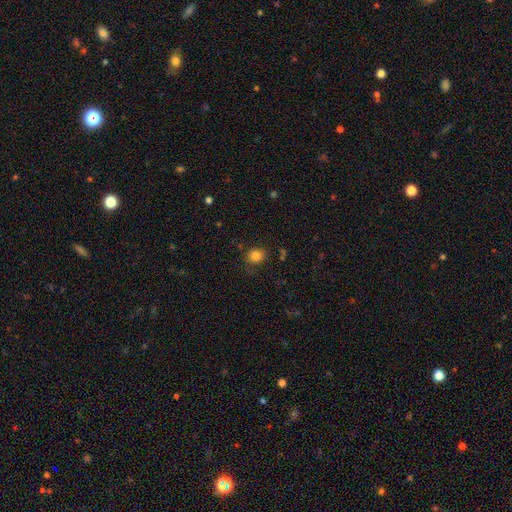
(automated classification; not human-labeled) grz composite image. It shows a smooth galaxy with no disk features (83%) that is round (82%). Merging: none (82%).